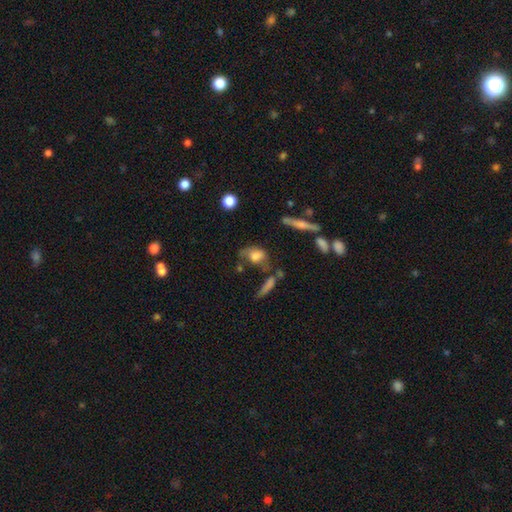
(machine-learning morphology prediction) This is possibly a smooth galaxy (60%). How rounded: likely in between (73%). Merging: marginally none (32%).